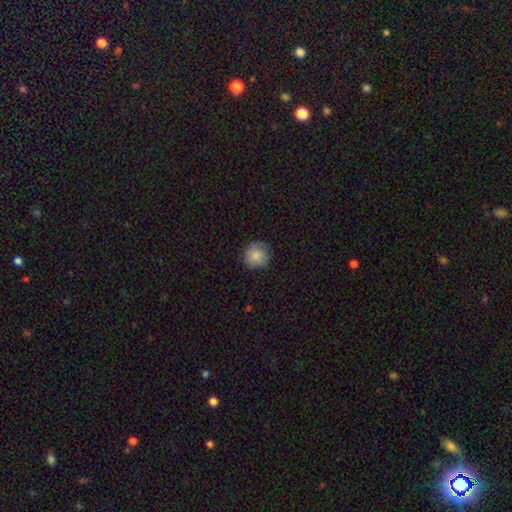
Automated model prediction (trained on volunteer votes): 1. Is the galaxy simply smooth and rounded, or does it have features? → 85% smooth, 8% star or artifact, 7% featured or disk.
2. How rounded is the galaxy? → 93% round, 6% in between, 1% cigar-shaped.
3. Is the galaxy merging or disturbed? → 82% none, 14% minor disturbance, 3% major disturbance, 1% merger.